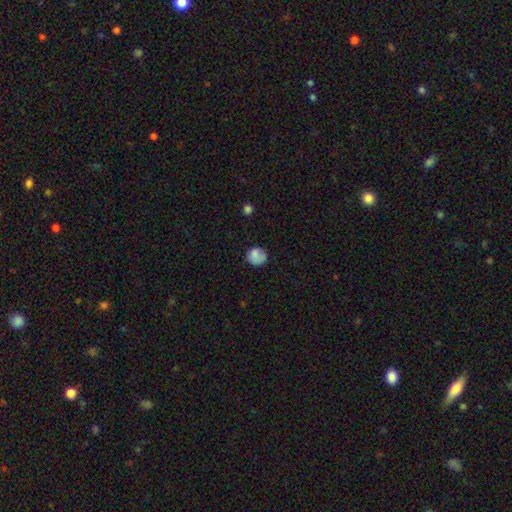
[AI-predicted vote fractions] smooth-or-featured: smooth: 81% | featured or disk: 10% | star or artifact: 9%
  how-rounded: round: 74% | in between: 25% | cigar-shaped: 1%
  merging: none: 65% | minor disturbance: 25% | major disturbance: 7% | merger: 3%